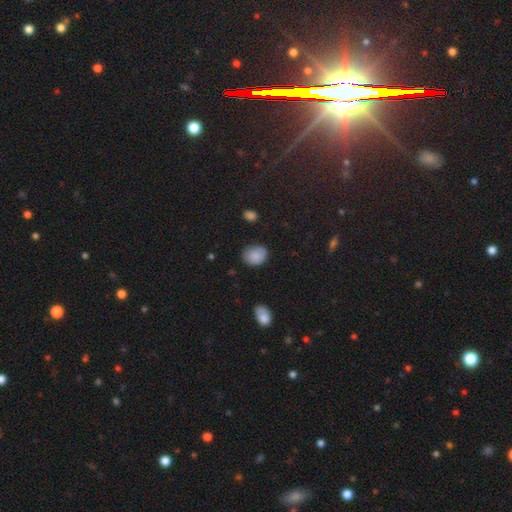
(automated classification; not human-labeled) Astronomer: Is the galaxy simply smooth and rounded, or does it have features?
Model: smooth — 85%.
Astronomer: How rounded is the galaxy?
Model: round — 50% (runner-up: in between, 49%).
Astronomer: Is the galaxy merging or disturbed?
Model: none — 70%.